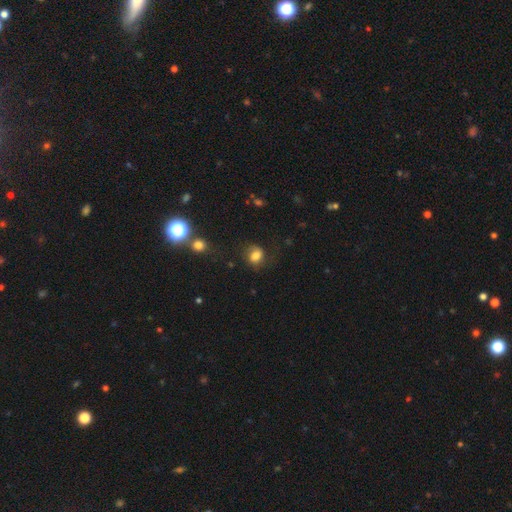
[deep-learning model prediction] smooth_or_featured: smooth (p=0.68) [alt: featured or disk p=0.20]
how_rounded: round (p=0.52) [alt: in between p=0.47]
merging: none (p=0.63) [alt: minor disturbance p=0.21]